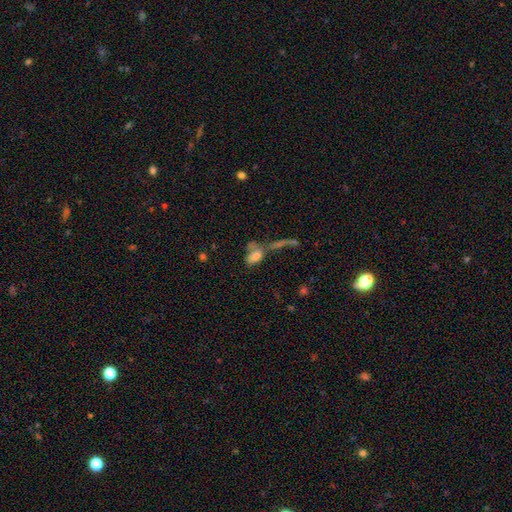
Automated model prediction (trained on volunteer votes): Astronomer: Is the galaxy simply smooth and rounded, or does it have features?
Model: smooth — 68%.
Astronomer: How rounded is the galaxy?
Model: in between — 83%.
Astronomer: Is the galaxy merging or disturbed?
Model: merger — 46% (runner-up: none, 25%).